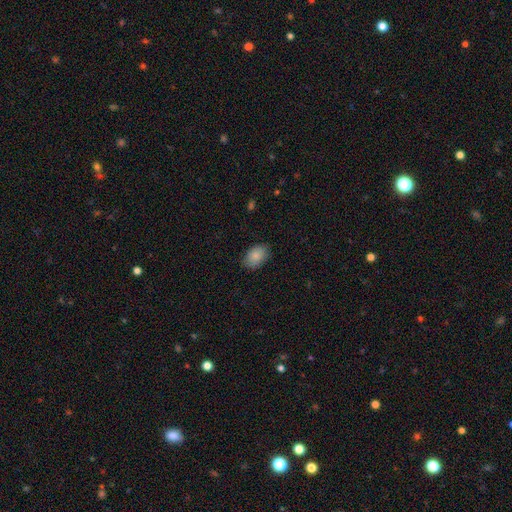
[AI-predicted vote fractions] Smooth or featured? Predicted: smooth (p=0.87). How rounded? Predicted: in between (p=0.86). Merging? Predicted: none (p=0.82).